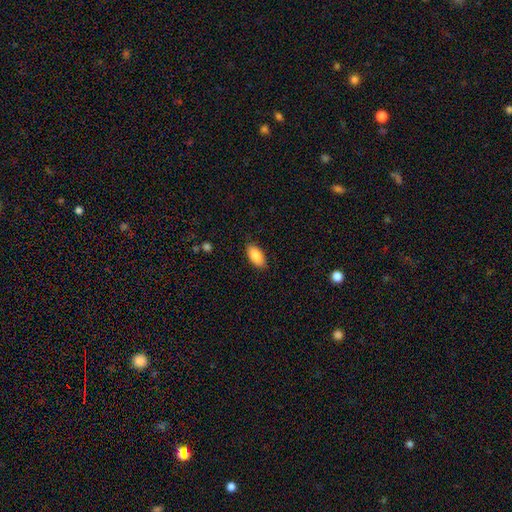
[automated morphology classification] Smooth or featured? Predicted: smooth (p=0.88). How rounded? Predicted: in between (p=0.92). Merging? Predicted: none (p=0.87).